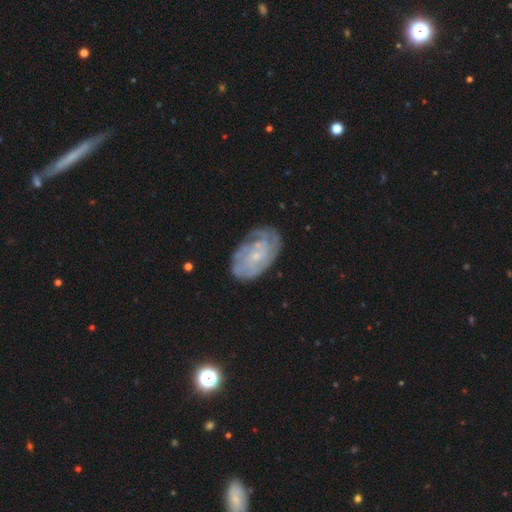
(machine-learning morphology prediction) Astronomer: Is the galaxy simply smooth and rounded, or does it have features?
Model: featured or disk — 72%.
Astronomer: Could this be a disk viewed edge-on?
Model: no — 96%.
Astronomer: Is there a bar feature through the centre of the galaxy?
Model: no — 78%.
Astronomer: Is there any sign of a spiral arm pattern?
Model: yes — 84%.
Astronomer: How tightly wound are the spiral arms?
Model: tight — 70%.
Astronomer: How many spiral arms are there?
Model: can't tell — 56%.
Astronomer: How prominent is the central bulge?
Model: small — 78%.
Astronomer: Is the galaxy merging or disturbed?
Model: none — 71%.